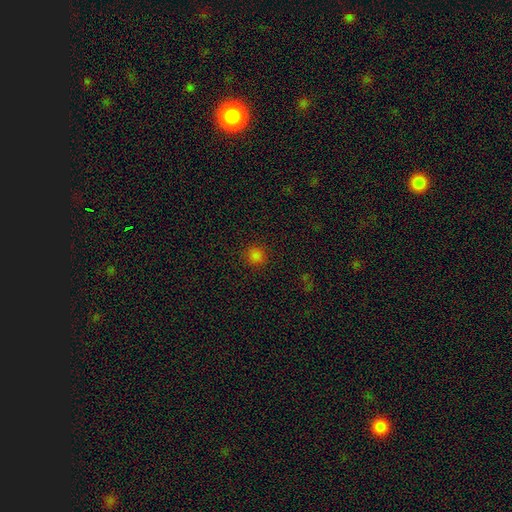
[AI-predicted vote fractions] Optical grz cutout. It shows a smooth galaxy with no disk features (80%) that is round (91%). Merging: none (90%).